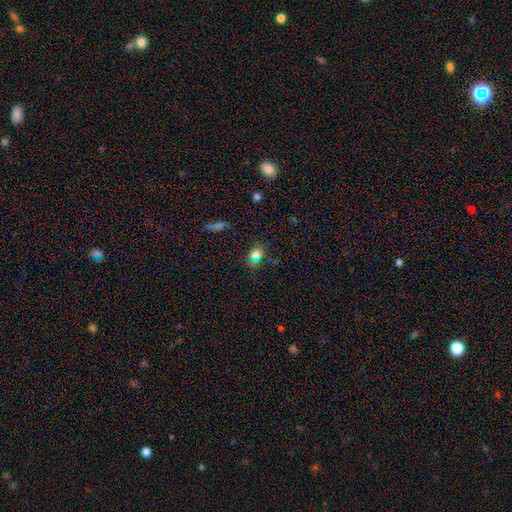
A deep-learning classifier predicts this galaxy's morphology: Smooth or featured?
  - smooth: 66% *
  - star or artifact: 26%
  - featured or disk: 8%
How rounded?
  - in between: 55% *
  - round: 42%
  - cigar-shaped: 3%
Merging?
  - none: 77% *
  - minor disturbance: 13%
  - merger: 5%
  - major disturbance: 5%